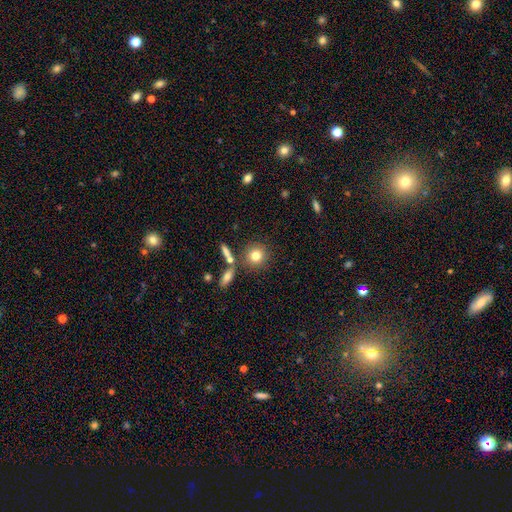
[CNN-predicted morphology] This is likely a smooth galaxy (78%). How rounded: clearly round (86%). Merging: likely none (75%).